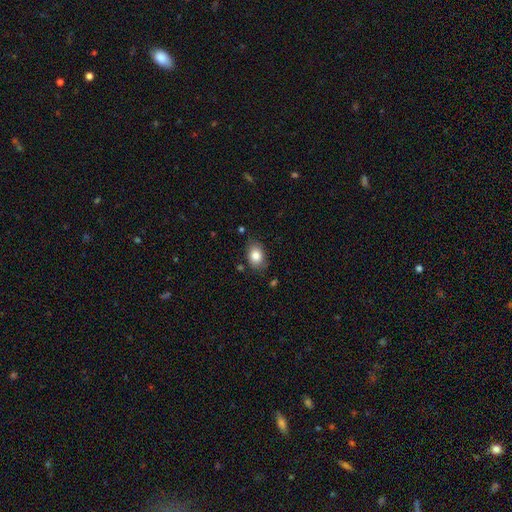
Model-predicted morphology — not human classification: type=smooth (84%); roundness=in between (73%); merging=none (78%).